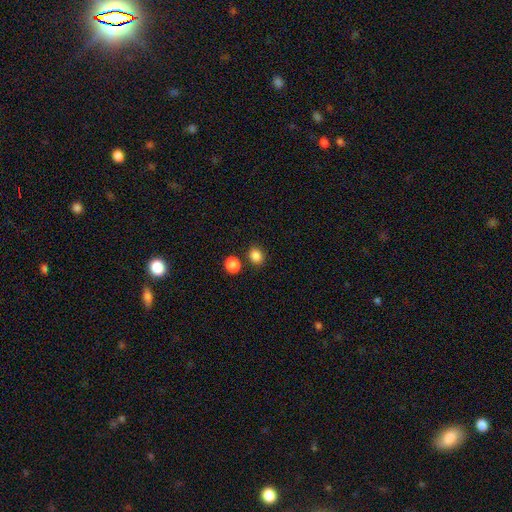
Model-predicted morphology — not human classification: smooth 86%, star or artifact 11%, featured or disk 4%. Down the decision tree: how rounded — round (65%); merging — none (78%).